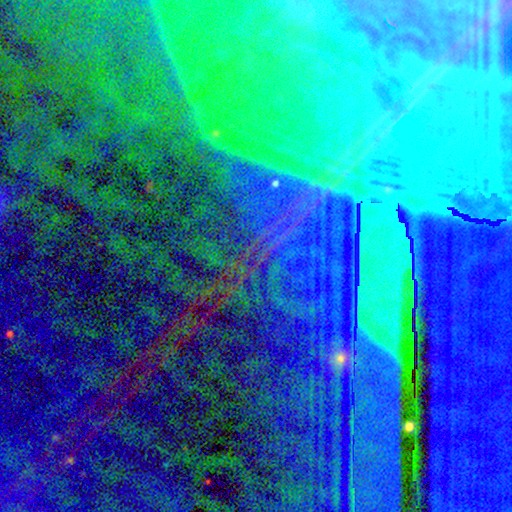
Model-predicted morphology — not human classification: This appears to be a star or artifact, not a galaxy (87%).